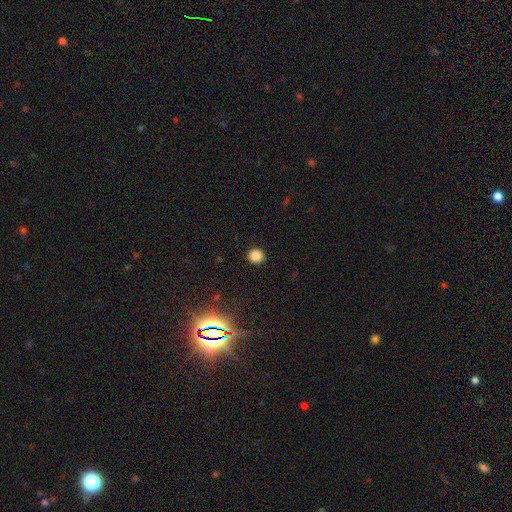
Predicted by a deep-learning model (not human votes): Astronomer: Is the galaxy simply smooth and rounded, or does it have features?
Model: smooth — 84%.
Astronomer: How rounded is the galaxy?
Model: round — 87%.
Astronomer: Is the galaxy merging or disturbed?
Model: none — 91%.